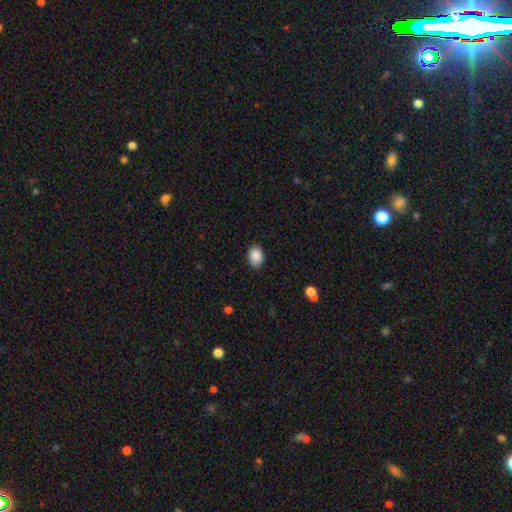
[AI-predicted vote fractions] Smooth or featured? Predicted: smooth (p=0.89). How rounded? Predicted: in between (p=0.76). Merging? Predicted: none (p=0.85).